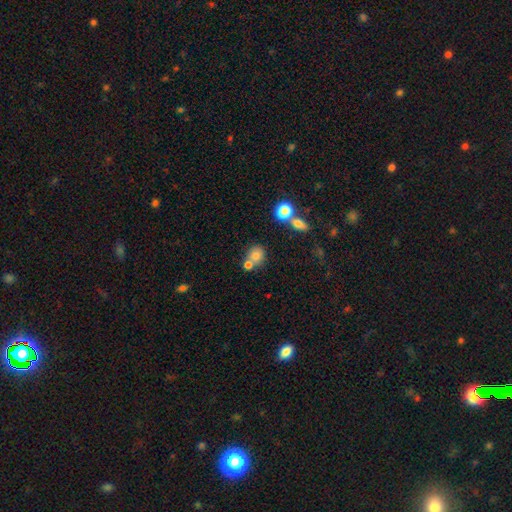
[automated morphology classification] type=smooth (74%); roundness=round (70%); merging=none (51%).